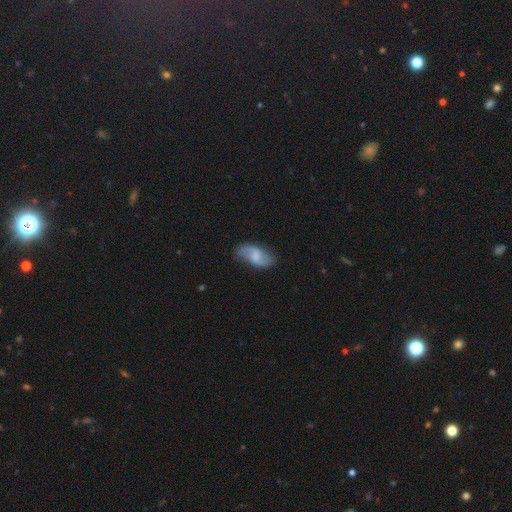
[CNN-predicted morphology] Q: Smooth or featured?
A: featured or disk (52%); runner-up: smooth (42%)
Q: Edge-on disk?
A: no (94%); runner-up: yes (6%)
Q: Merging?
A: none (77%); runner-up: minor disturbance (17%)